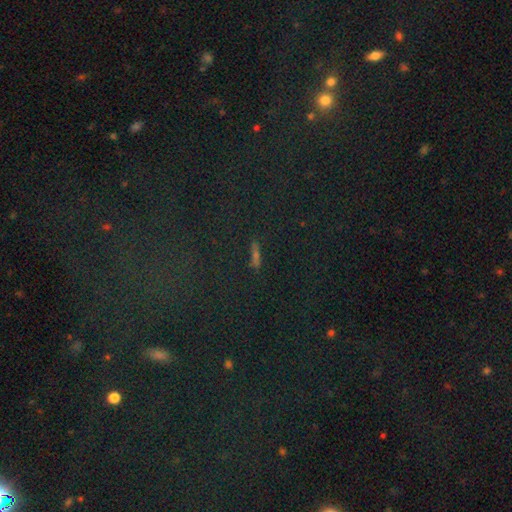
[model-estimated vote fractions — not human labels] smooth-or-featured: star or artifact: 68% | smooth: 21% | featured or disk: 11%